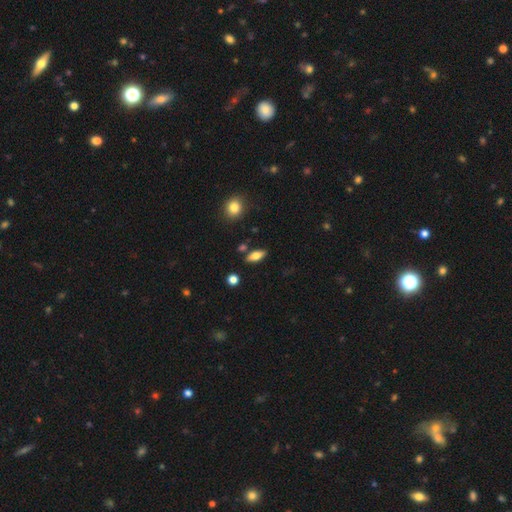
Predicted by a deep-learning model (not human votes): This is likely a smooth galaxy (65%). How rounded: likely in between (74%). Merging: clearly none (83%).